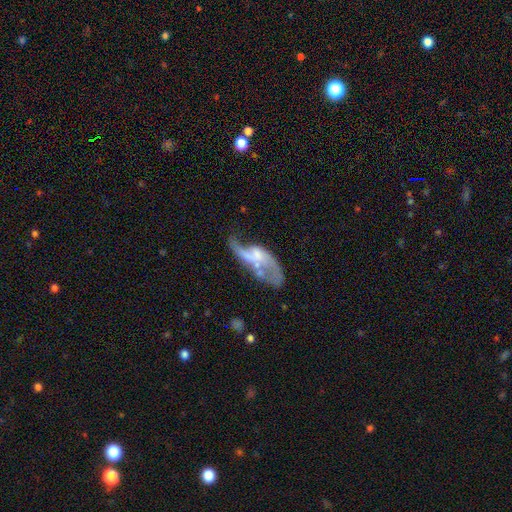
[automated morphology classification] Q: Smooth or featured?
A: featured or disk (74%); runner-up: smooth (19%)
Q: Edge-on disk?
A: no (94%); runner-up: yes (6%)
Q: Bar?
A: no (62%); runner-up: weak (30%)
Q: Spiral arms?
A: yes (71%); runner-up: no (29%)
Q: Bulge size?
A: none (42%); runner-up: small (32%)
Q: Merging?
A: major disturbance (38%); runner-up: none (27%)